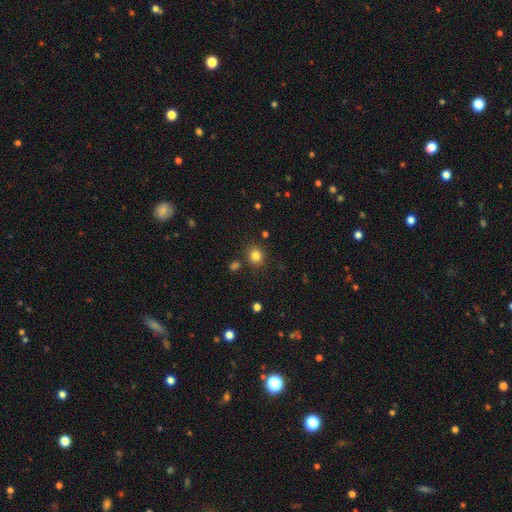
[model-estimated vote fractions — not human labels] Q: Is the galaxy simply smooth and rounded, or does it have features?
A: smooth — 81%.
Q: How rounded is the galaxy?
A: round — 80%.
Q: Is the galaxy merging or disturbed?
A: none — 83%.